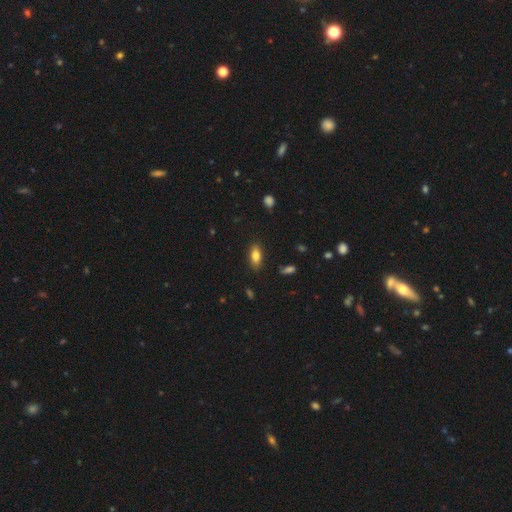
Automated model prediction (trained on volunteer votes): The model was most divided on "smooth or featured": smooth: 78%, featured or disk: 14%, star or artifact: 8%. More confident: merging — none (85%); how rounded — in between (83%).